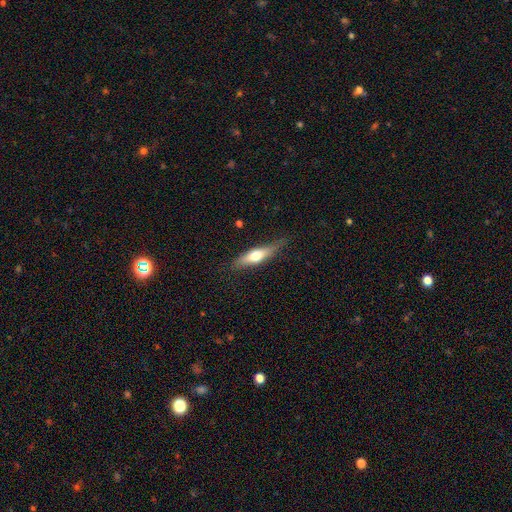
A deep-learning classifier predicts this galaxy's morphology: smooth-or-featured: smooth: 54% | featured or disk: 40% | star or artifact: 6%
  how-rounded: cigar-shaped: 68% | in between: 30% | round: 2%
  merging: none: 75% | minor disturbance: 19% | major disturbance: 4% | merger: 1%